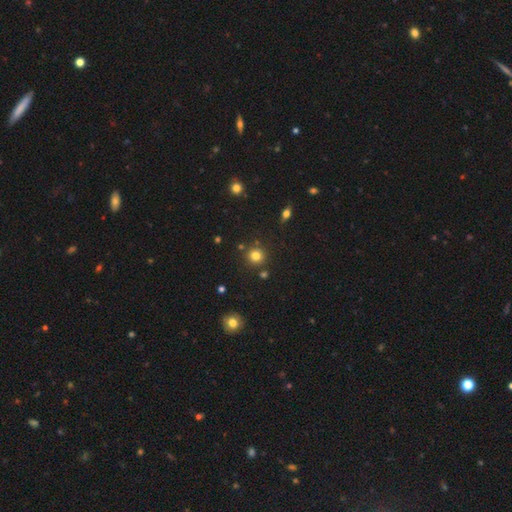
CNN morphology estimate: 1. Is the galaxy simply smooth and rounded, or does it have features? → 79% smooth, 14% star or artifact, 7% featured or disk.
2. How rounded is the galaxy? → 92% round, 7% in between, 1% cigar-shaped.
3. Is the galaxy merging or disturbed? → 85% none, 7% minor disturbance, 5% merger, 3% major disturbance.